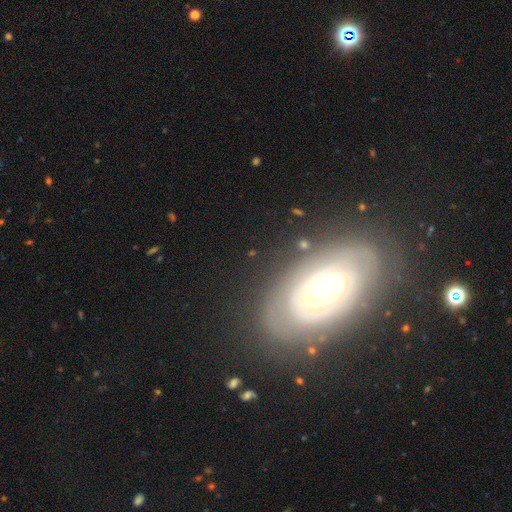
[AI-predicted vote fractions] smooth-or-featured: featured or disk: 77% | smooth: 15% | star or artifact: 8%
  disk-edge-on: no: 92% | yes: 8%
    bar: no: 42% | weak: 36% | strong: 22%
    has-spiral-arms: yes: 79% | no: 21%
      spiral-winding: tight: 78% | medium: 16% | loose: 6%
      spiral-arm-count: can't tell: 46% | 2: 30% | 3: 8% | 4: 5% | more than 4: 5% | 1: 5%
    bulge-size: moderate: 55% | small: 31% | large: 11% | dominant: 2% | none: 2%
  merging: none: 81% | minor disturbance: 12% | major disturbance: 5% | merger: 2%